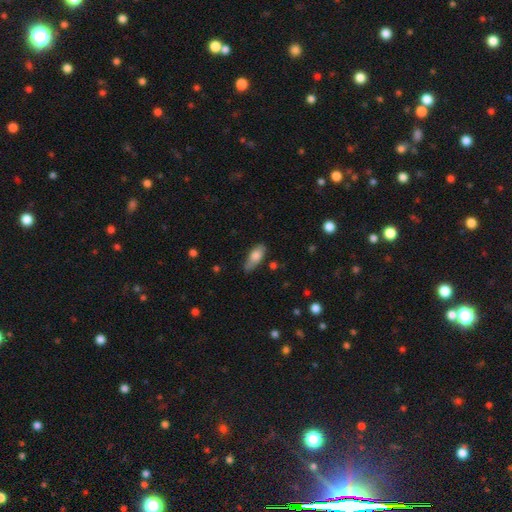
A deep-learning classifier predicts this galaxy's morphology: smooth 76%, featured or disk 17%, star or artifact 6%. Down the decision tree: how rounded — in between (76%); merging — none (69%).